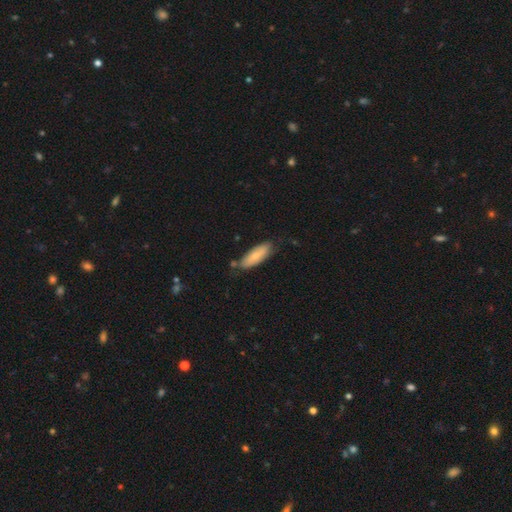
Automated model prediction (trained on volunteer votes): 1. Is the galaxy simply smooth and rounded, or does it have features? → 73% smooth, 21% featured or disk, 6% star or artifact.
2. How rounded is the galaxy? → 61% in between, 37% cigar-shaped, 2% round.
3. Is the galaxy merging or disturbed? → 67% none, 23% minor disturbance, 6% merger, 4% major disturbance.